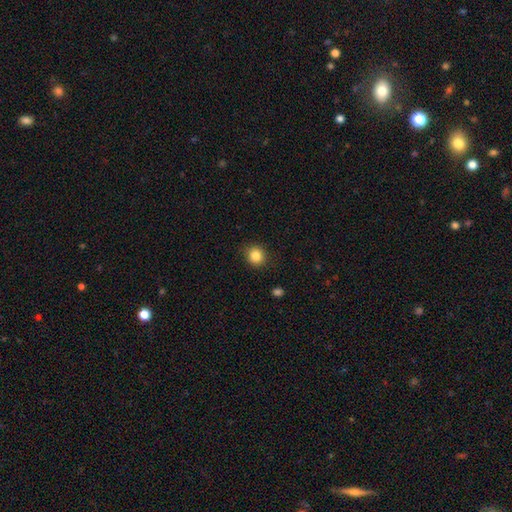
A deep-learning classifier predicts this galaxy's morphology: smooth-or-featured: smooth: 85% | star or artifact: 10% | featured or disk: 5%
  how-rounded: round: 85% | in between: 14% | cigar-shaped: 1%
  merging: none: 88% | minor disturbance: 8% | major disturbance: 2% | merger: 1%